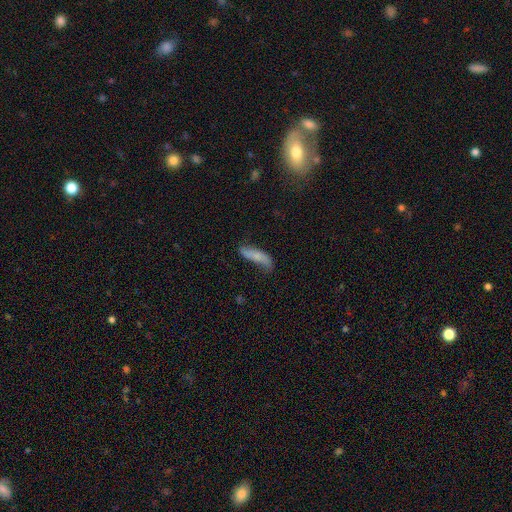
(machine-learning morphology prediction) Overall: smooth (65%; featured or disk 28%). How rounded: cigar-shaped (58%; in between 39%). Merging: none (55%; minor disturbance 31%).